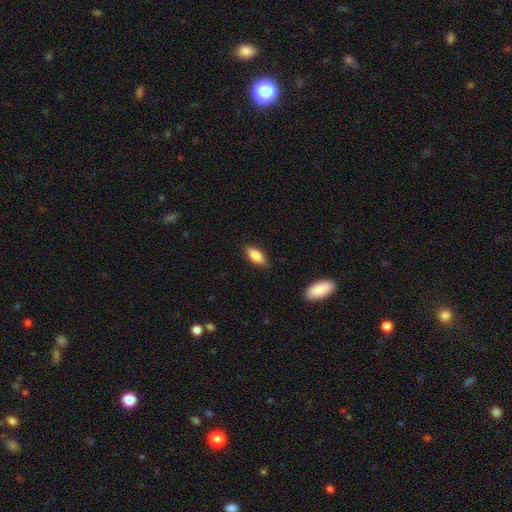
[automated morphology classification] The model was most divided on "smooth or featured": smooth: 76%, featured or disk: 17%, star or artifact: 7%. More confident: merging — none (85%); how rounded — in between (82%).